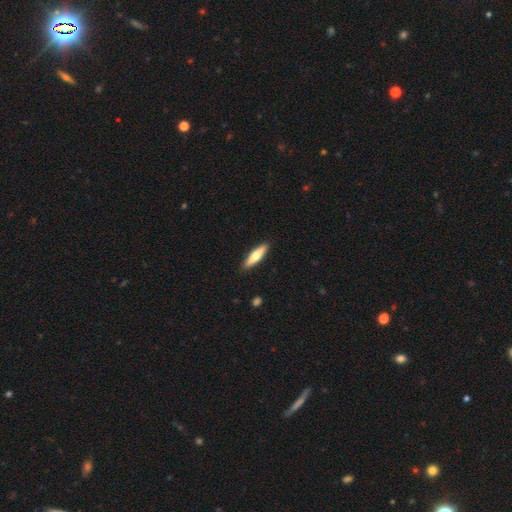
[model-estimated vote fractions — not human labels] Smooth or featured: smooth — 63% (featured or disk — 32%)
How rounded: cigar-shaped — 69% (in between — 29%)
Merging: none — 90% (minor disturbance — 7%)